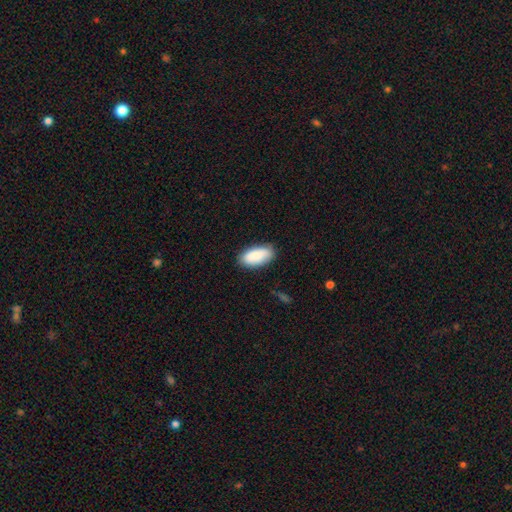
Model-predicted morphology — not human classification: Overall: smooth (89%). How rounded: in between (93%). Merging: none (83%).